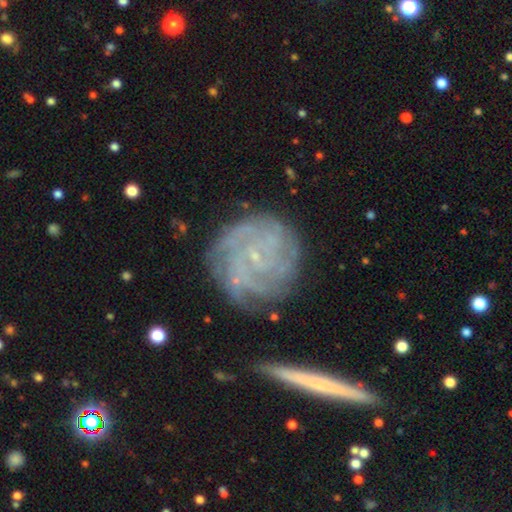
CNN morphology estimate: This is likely a featured or disk galaxy (79%). It is clearly not viewed edge-on (95%). Bar: likely no (75%). Spiral arm pattern: clearly yes (92%). Spiral arm count: marginally can't tell (37%). Spiral winding: likely tight (76%). Central bulge: clearly small (82%). Merging: likely none (74%).